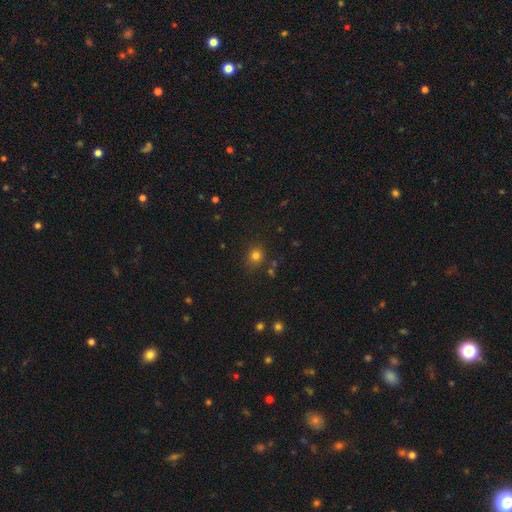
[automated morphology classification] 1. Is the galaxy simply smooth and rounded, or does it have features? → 78% smooth, 16% star or artifact, 6% featured or disk.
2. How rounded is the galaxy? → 81% round, 18% in between, 1% cigar-shaped.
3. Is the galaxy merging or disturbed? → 81% none, 11% minor disturbance, 5% merger, 4% major disturbance.